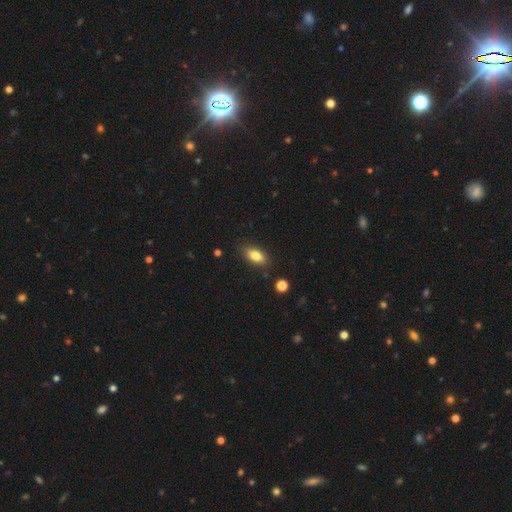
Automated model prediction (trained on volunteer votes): Morphology: type=smooth (82%); roundness=in between (87%); merging=none (84%).